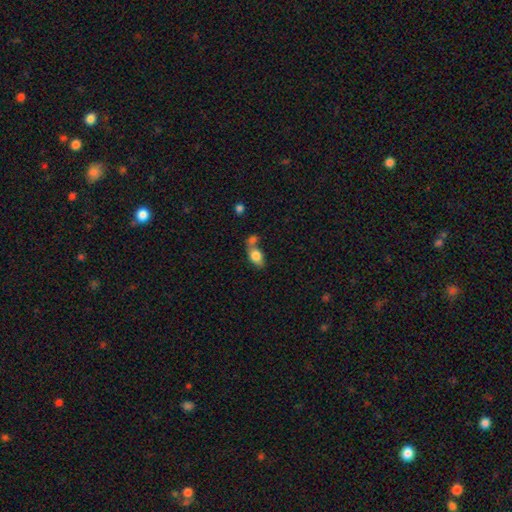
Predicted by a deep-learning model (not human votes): Smooth or featured? smooth (80%)
How rounded? in between (78%)
Merging? merger (46%)